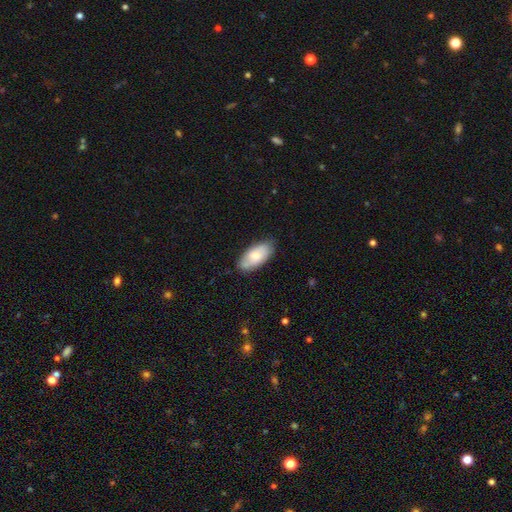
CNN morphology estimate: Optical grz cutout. It shows a smooth galaxy with no disk features (68%) that is in between round and cigar-shaped (92%). Merging: none (78%).